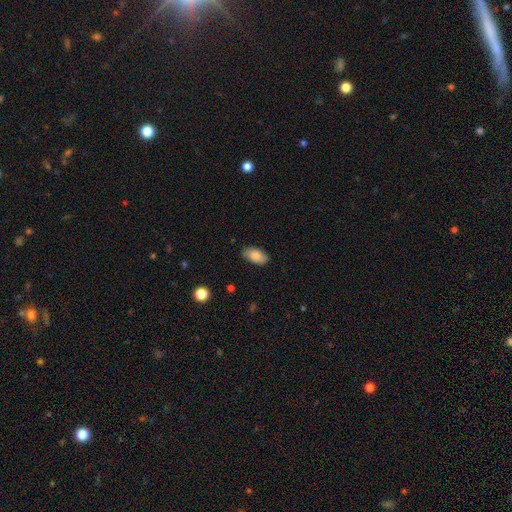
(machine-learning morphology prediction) Smooth or featured? Predicted: smooth (p=0.83). How rounded? Predicted: in between (p=0.94). Merging? Predicted: none (p=0.82).